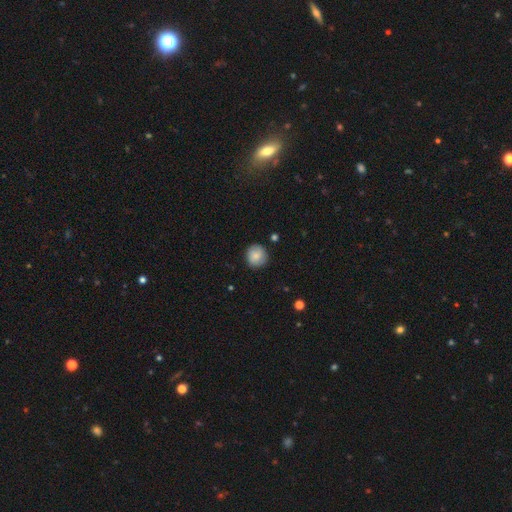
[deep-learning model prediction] smooth_or_featured: smooth (p=0.83) [alt: featured or disk p=0.09]
how_rounded: round (p=0.91) [alt: in between p=0.08]
merging: none (p=0.86) [alt: minor disturbance p=0.11]